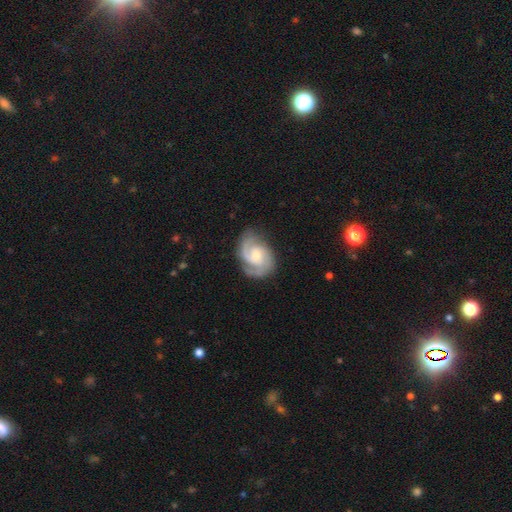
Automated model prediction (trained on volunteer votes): smooth-or-featured: featured or disk: 87% | smooth: 9% | star or artifact: 4%
  disk-edge-on: no: 98% | yes: 2%
    bar: no: 55% | weak: 39% | strong: 6%
    has-spiral-arms: yes: 97% | no: 3%
      spiral-winding: medium: 47% | tight: 43% | loose: 10%
      spiral-arm-count: 2: 67% | 3: 16% | can't tell: 9% | 1: 4% | 4: 2% | more than 4: 2%
    bulge-size: moderate: 49% | small: 43% | large: 4% | none: 3% | dominant: 1%
  merging: none: 73% | minor disturbance: 18% | major disturbance: 7% | merger: 1%